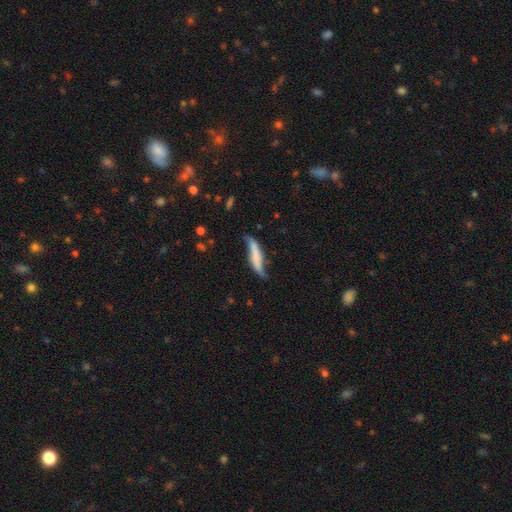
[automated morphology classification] Smooth or featured? smooth (52%)
How rounded? cigar-shaped (80%)
Merging? none (48%)